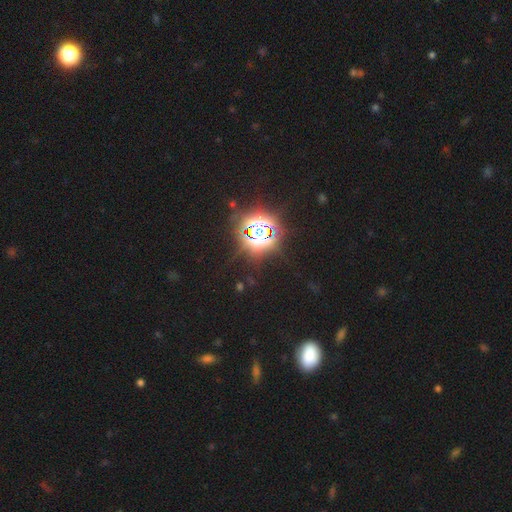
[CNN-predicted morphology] Smooth or featured: star or artifact — 81% (smooth — 14%)